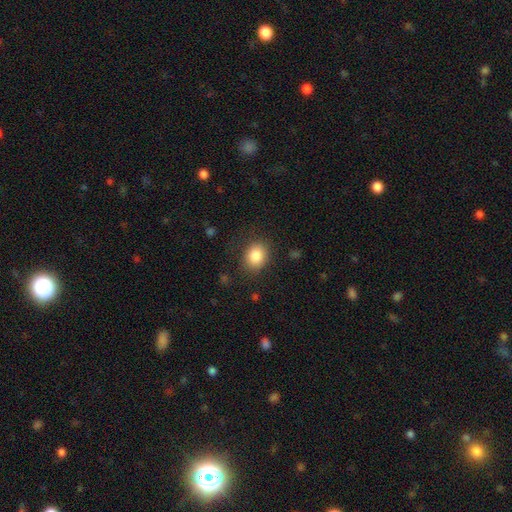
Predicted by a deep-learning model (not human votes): Q: Smooth or featured?
A: smooth (84%); runner-up: star or artifact (9%)
Q: How rounded?
A: round (53%); runner-up: in between (46%)
Q: Merging?
A: none (82%); runner-up: minor disturbance (12%)